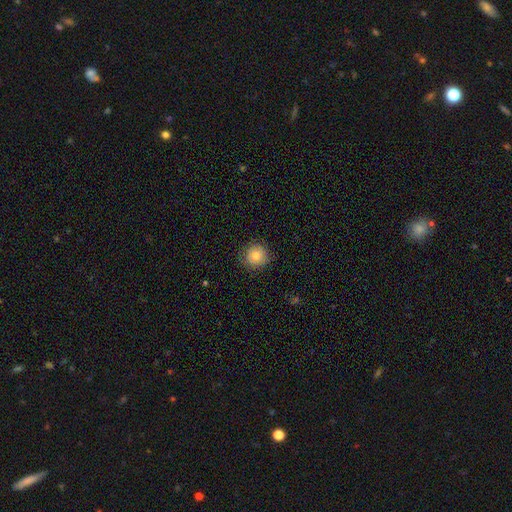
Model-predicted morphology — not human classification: Smooth or featured? smooth (81%)
How rounded? round (92%)
Merging? none (85%)